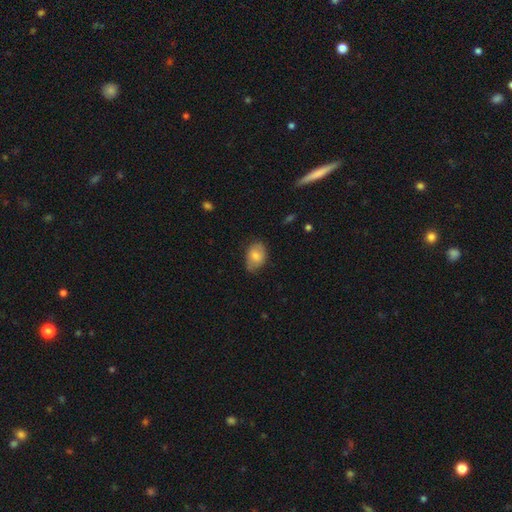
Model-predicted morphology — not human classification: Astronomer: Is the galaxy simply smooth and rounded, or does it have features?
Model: smooth — 75%.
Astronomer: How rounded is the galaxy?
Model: in between — 80%.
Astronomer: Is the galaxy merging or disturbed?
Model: none — 66%.